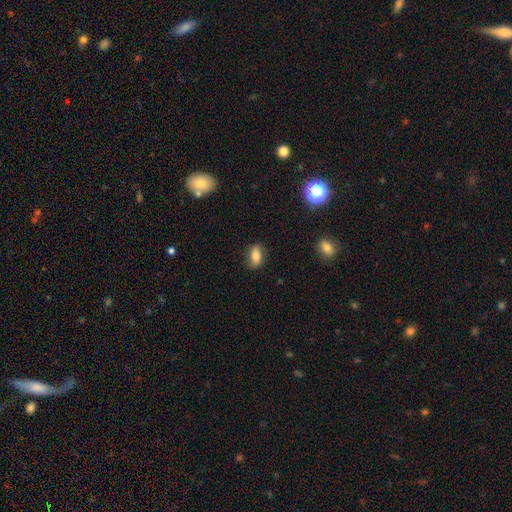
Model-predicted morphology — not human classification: Smooth or featured? Predicted: smooth (p=0.77). How rounded? Predicted: in between (p=0.86). Merging? Predicted: none (p=0.79).